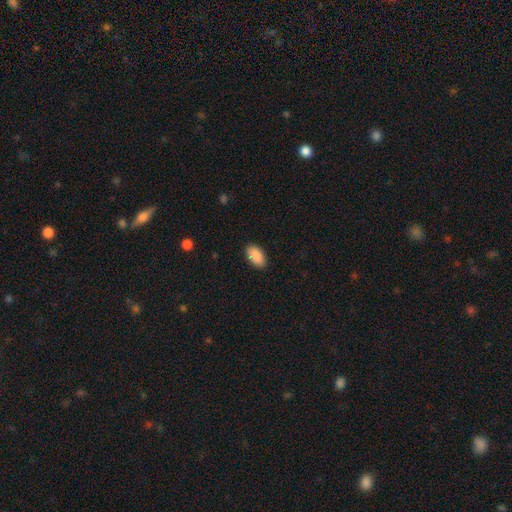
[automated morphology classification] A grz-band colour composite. It shows a smooth galaxy with no disk features (90%) that is in between round and cigar-shaped (95%). Merging: none (89%).